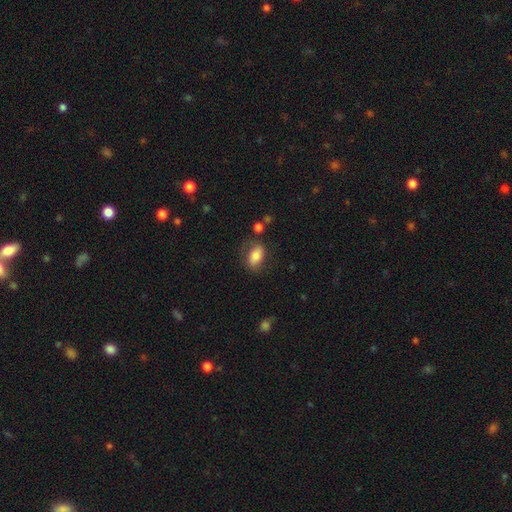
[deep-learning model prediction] Smooth or featured: smooth — 79% (featured or disk — 14%)
How rounded: in between — 88% (round — 10%)
Merging: none — 69% (minor disturbance — 19%)